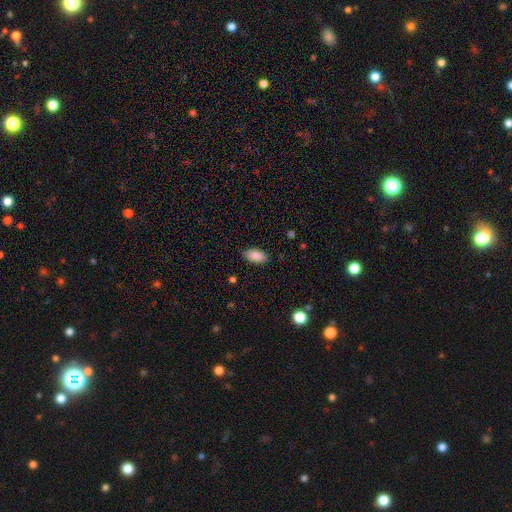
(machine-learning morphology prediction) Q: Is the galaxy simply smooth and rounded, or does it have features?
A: smooth — 88%.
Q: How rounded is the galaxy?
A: in between — 93%.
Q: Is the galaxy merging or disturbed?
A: none — 83%.